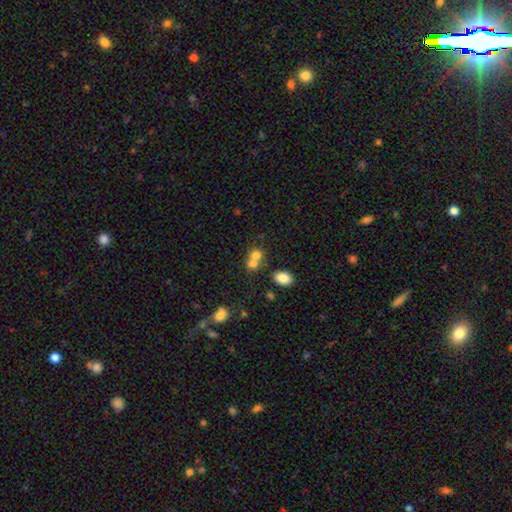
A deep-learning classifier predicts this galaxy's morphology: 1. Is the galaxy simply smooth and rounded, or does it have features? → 74% smooth, 13% featured or disk, 13% star or artifact.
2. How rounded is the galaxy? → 70% round, 29% in between, 1% cigar-shaped.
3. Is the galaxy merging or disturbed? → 56% merger, 34% none, 6% minor disturbance, 3% major disturbance.